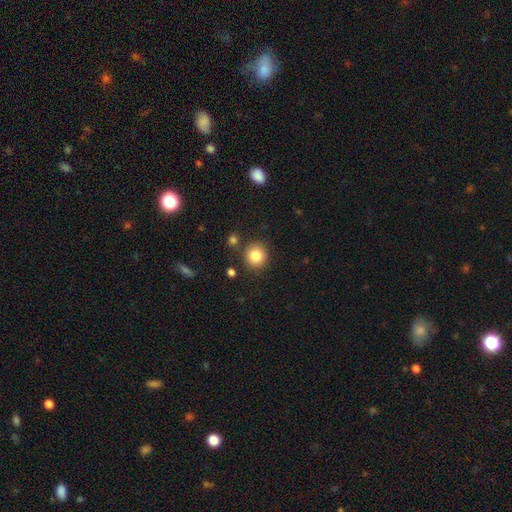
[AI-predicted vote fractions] Smooth or featured: smooth — 84% (star or artifact — 10%)
How rounded: round — 89% (in between — 10%)
Merging: none — 85% (minor disturbance — 8%)